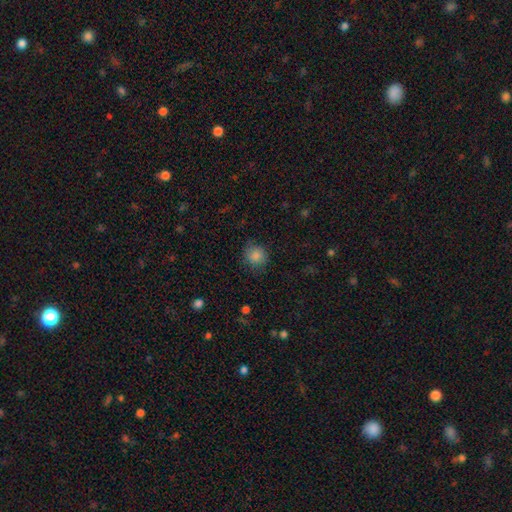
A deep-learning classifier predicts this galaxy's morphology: The model was most divided on "merging": none: 81%, minor disturbance: 14%, major disturbance: 4%, merger: 1%. More confident: smooth or featured — smooth (85%); how rounded — round (85%).